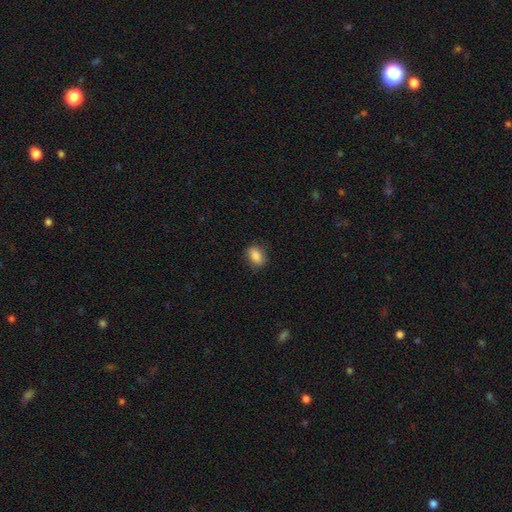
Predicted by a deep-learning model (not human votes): This appears to be a smooth galaxy with no disk features (86%) that is in between round and cigar-shaped (78%). Merging: none (80%).